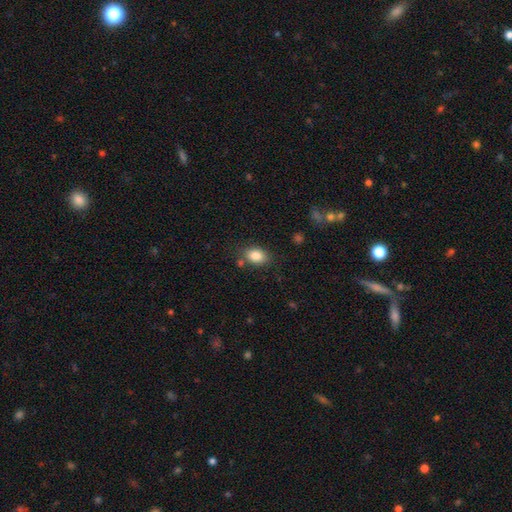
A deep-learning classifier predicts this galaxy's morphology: smooth_or_featured: smooth (p=0.85) [alt: star or artifact p=0.09]
how_rounded: in between (p=0.76) [alt: round p=0.23]
merging: none (p=0.77) [alt: minor disturbance p=0.13]